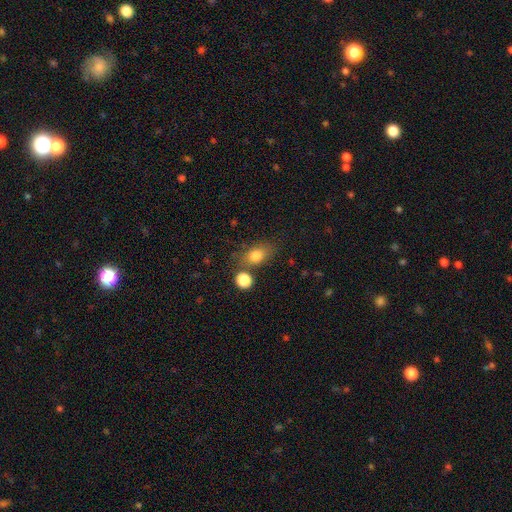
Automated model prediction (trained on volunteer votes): The model was most divided on "merging": none: 66%, minor disturbance: 16%, merger: 13%, major disturbance: 6%. More confident: smooth or featured — smooth (81%); how rounded — in between (76%).